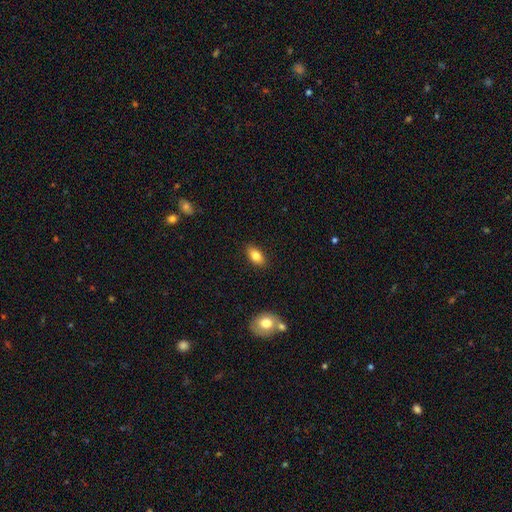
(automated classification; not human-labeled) smooth-or-featured: smooth: 82% | featured or disk: 10% | star or artifact: 8%
  how-rounded: in between: 89% | round: 6% | cigar-shaped: 5%
  merging: none: 88% | minor disturbance: 9% | major disturbance: 2% | merger: 1%